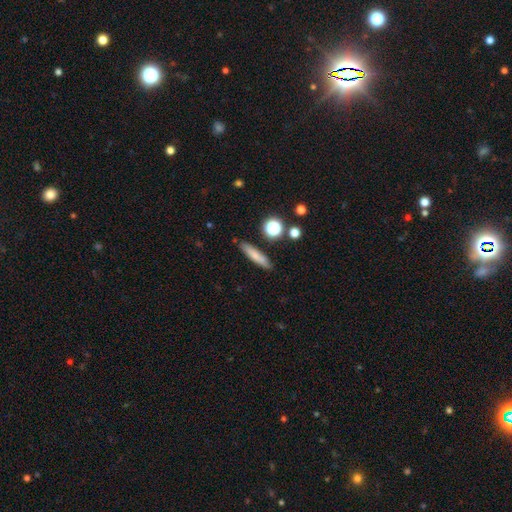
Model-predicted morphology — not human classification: Smooth or featured: smooth — 74% (featured or disk — 17%)
How rounded: cigar-shaped — 83% (in between — 14%)
Merging: none — 85% (minor disturbance — 9%)